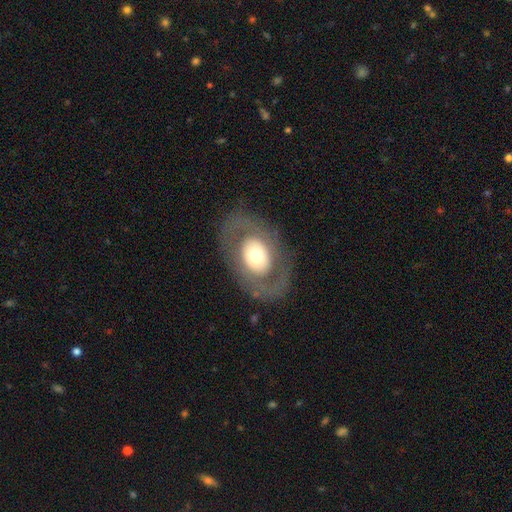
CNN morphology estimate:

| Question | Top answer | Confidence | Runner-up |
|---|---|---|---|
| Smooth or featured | featured or disk | 52% | smooth (42%) |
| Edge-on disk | no | 91% | yes (9%) |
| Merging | none | 79% | minor disturbance (11%) |